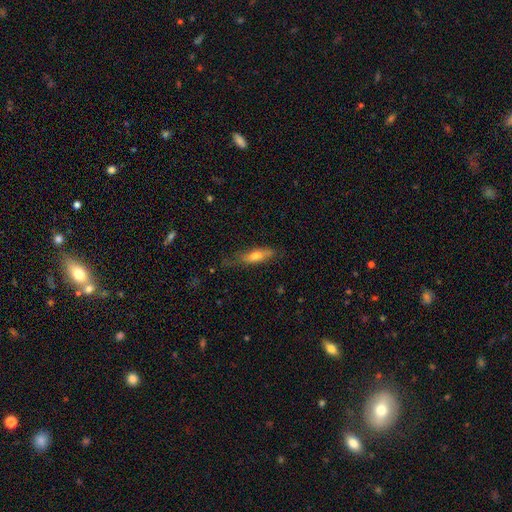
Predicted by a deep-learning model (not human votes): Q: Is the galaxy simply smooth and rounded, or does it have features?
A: smooth — 64%.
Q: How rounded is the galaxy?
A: in between — 50%.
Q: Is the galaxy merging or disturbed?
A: none — 58%.